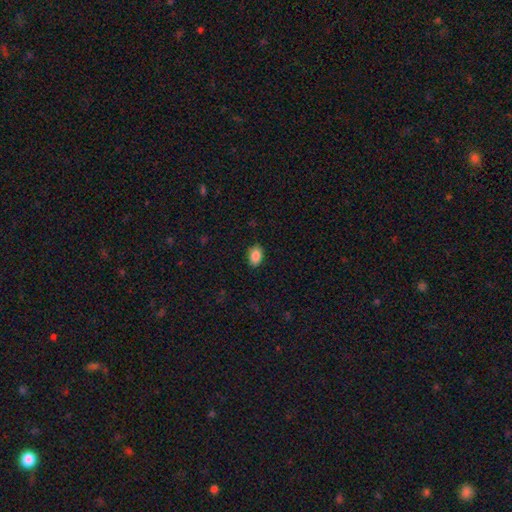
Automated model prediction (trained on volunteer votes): Smooth or featured?
  - smooth: 88% *
  - star or artifact: 8%
  - featured or disk: 5%
How rounded?
  - in between: 81% *
  - round: 18%
  - cigar-shaped: 1%
Merging?
  - none: 87% *
  - minor disturbance: 10%
  - major disturbance: 2%
  - merger: 1%